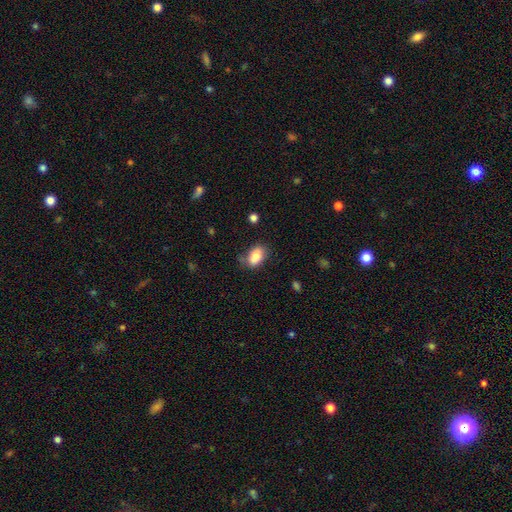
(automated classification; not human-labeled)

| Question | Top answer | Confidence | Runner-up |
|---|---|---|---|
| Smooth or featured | smooth | 82% | featured or disk (10%) |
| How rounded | in between | 89% | round (9%) |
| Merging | none | 72% | minor disturbance (18%) |